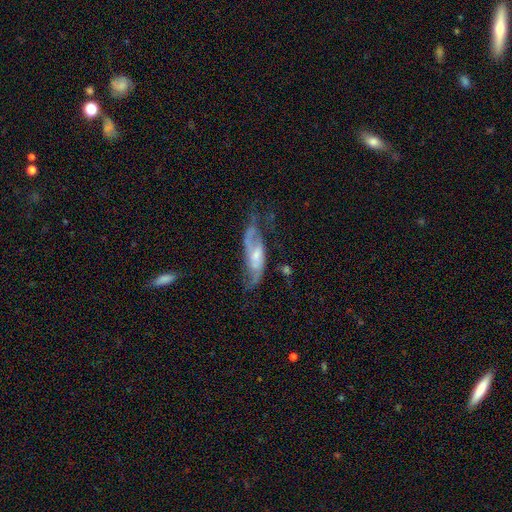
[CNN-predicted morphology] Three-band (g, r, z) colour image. It shows a featured or disk galaxy (78%) with no bar (47%), 2 (76%) medium (43%) spiral arms (90%) and a small central bulge (52%). Merging: none (50%).